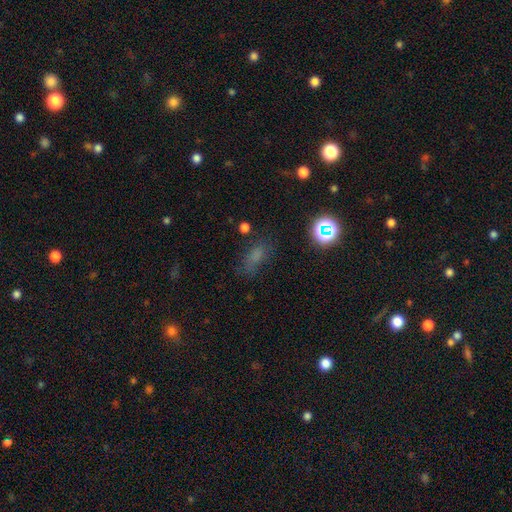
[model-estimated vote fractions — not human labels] The model was most divided on "smooth or featured": smooth: 63%, star or artifact: 25%, featured or disk: 12%. More confident: how rounded — in between (72%); merging — none (64%).